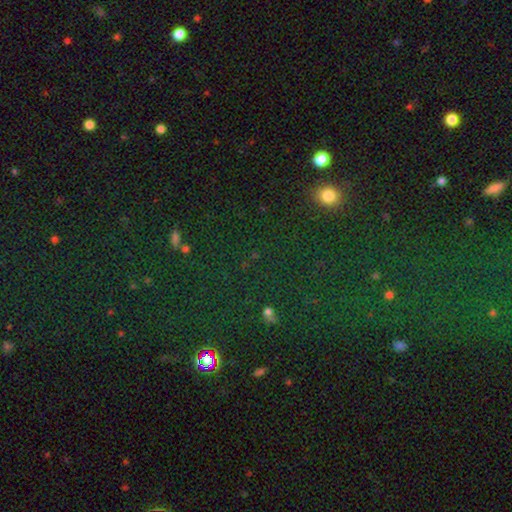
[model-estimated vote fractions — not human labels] Smooth or featured?
  - star or artifact: 65% *
  - smooth: 26%
  - featured or disk: 9%